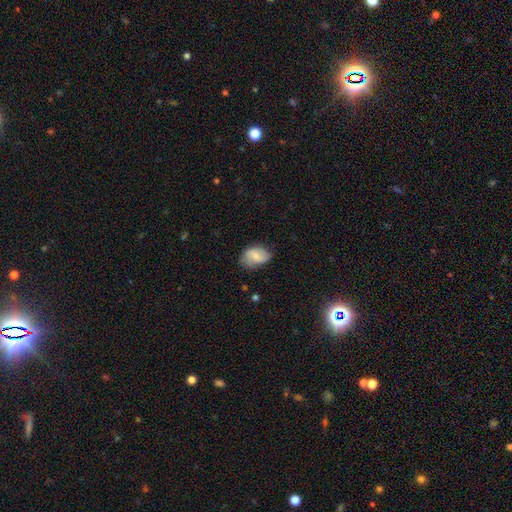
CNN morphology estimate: smooth 70%, featured or disk 23%, star or artifact 7%. Down the decision tree: how rounded — in between (85%); merging — none (60%).